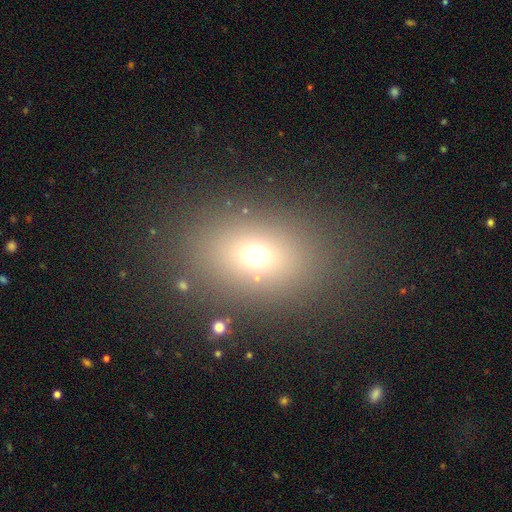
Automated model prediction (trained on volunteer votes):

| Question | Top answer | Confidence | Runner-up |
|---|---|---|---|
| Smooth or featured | smooth | 67% | star or artifact (20%) |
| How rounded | in between | 68% | round (30%) |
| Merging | none | 84% | minor disturbance (8%) |